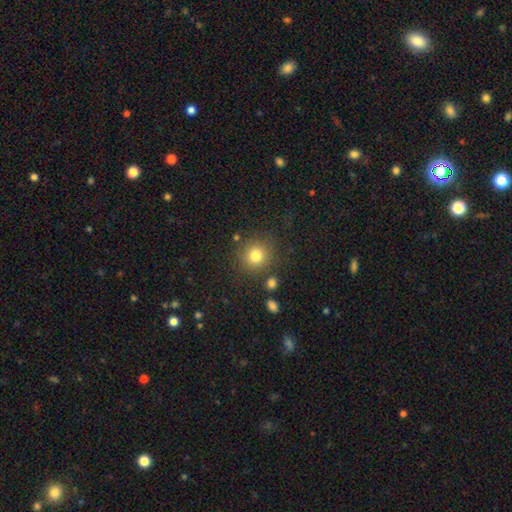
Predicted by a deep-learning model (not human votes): smooth_or_featured: smooth (p=0.80) [alt: star or artifact p=0.12]
how_rounded: round (p=0.91) [alt: in between p=0.08]
merging: none (p=0.82) [alt: minor disturbance p=0.09]